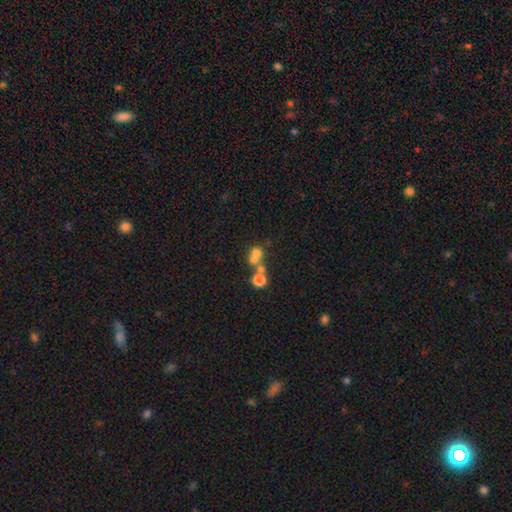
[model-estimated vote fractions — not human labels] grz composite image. It shows a smooth galaxy with no disk features (59%) that is round (77%). Merging: merger (55%).